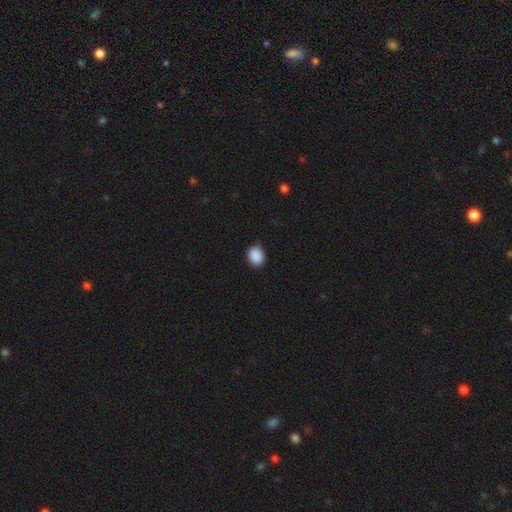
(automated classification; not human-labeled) Morphology: type=smooth (90%); roundness=in between (55%); merging=none (85%).